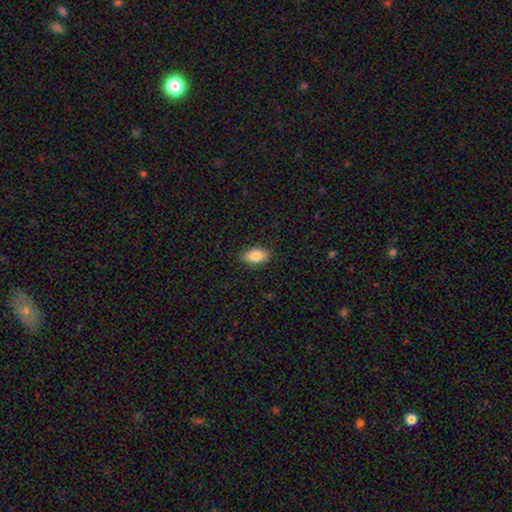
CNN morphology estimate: smooth 84%, featured or disk 8%, star or artifact 7%. Down the decision tree: how rounded — in between (90%); merging — none (87%).